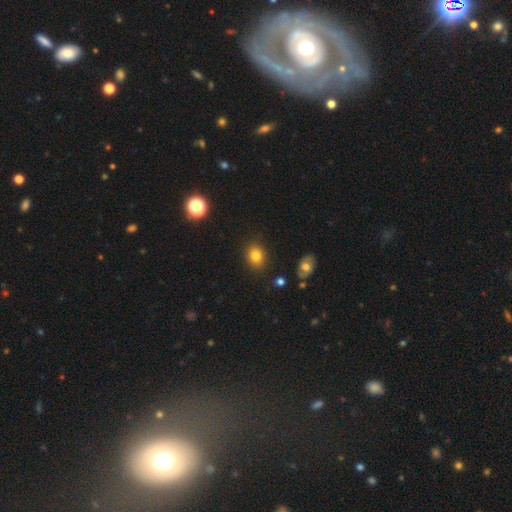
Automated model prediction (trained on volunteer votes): smooth 81%, star or artifact 12%, featured or disk 7%. Down the decision tree: how rounded — in between (53%); merging — none (85%).